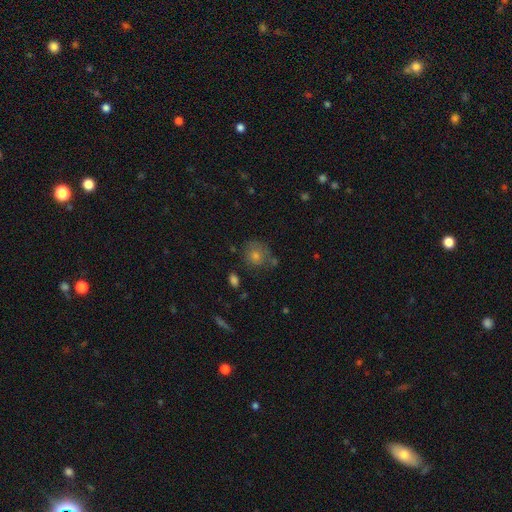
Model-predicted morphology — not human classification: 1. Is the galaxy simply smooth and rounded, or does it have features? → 60% smooth, 22% featured or disk, 18% star or artifact.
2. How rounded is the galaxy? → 85% round, 14% in between, 1% cigar-shaped.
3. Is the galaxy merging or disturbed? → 67% none, 18% minor disturbance, 8% merger, 7% major disturbance.